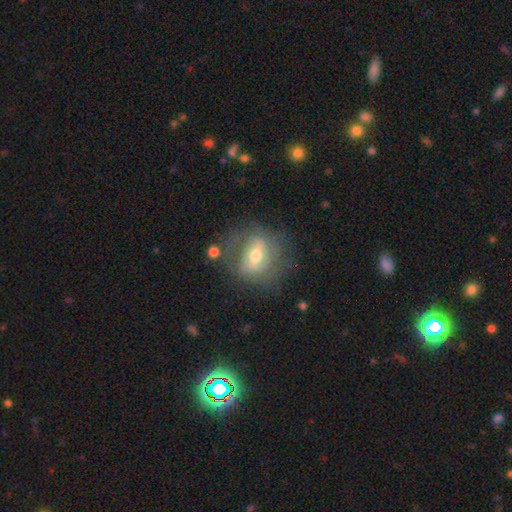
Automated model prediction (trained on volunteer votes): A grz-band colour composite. It shows a featured or disk galaxy (71%) with a weak bar (41%), spiral arms (71%) and a moderate central bulge (71%). Merging: none (64%).